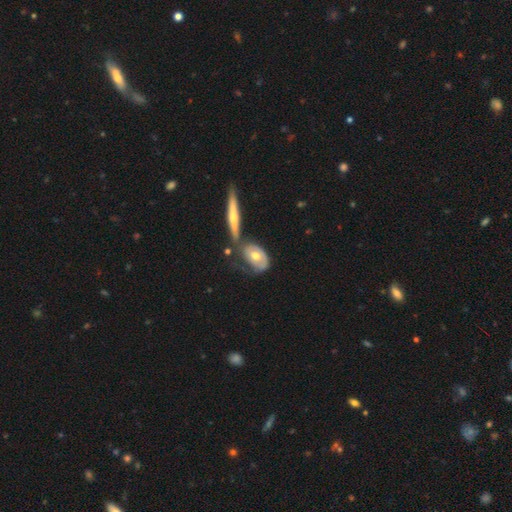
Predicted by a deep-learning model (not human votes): A featured or disk galaxy (49%).

Vote fractions:
- Smooth or featured? featured or disk: 49% / smooth: 46% / star or artifact: 5%
- Merging? none: 41% / merger: 25% / minor disturbance: 23% / major disturbance: 11%